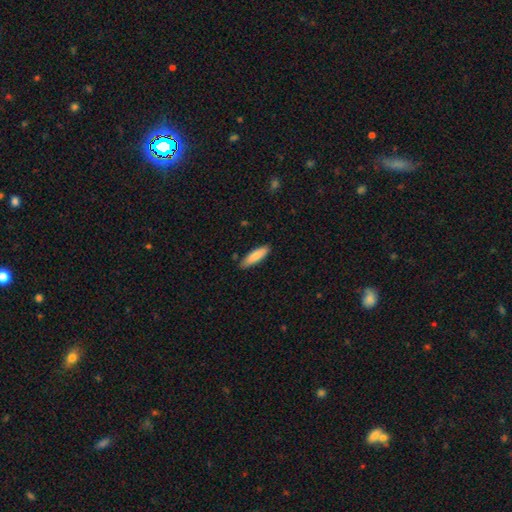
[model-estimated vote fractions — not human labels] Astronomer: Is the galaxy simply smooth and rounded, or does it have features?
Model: smooth — 84%.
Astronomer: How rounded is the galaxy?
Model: cigar-shaped — 56% (runner-up: in between, 43%).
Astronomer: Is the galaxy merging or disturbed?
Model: none — 84%.